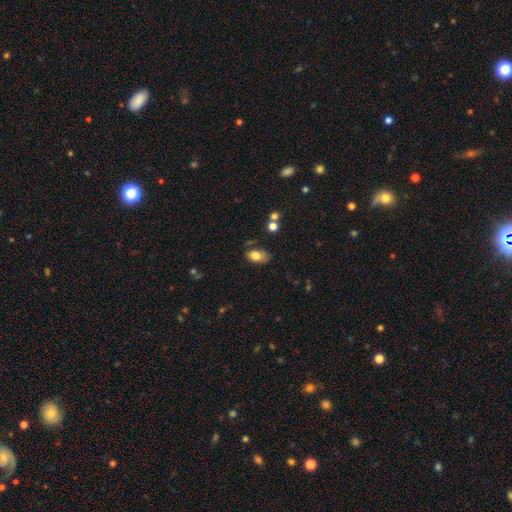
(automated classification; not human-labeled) Smooth or featured?
  - smooth: 77% *
  - featured or disk: 14%
  - star or artifact: 8%
How rounded?
  - in between: 90% *
  - round: 8%
  - cigar-shaped: 2%
Merging?
  - none: 58% *
  - minor disturbance: 28%
  - major disturbance: 8%
  - merger: 5%